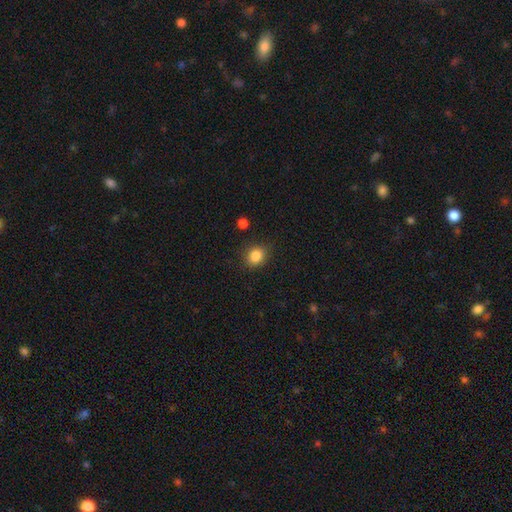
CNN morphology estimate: Q: Smooth or featured?
A: smooth (85%); runner-up: star or artifact (10%)
Q: How rounded?
A: round (62%); runner-up: in between (37%)
Q: Merging?
A: none (83%); runner-up: minor disturbance (12%)